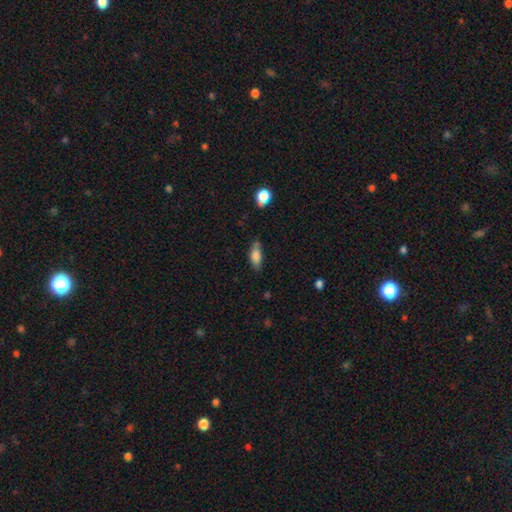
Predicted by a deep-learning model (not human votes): Smooth or featured?
  - smooth: 78% *
  - featured or disk: 14%
  - star or artifact: 8%
How rounded?
  - in between: 76% *
  - cigar-shaped: 20%
  - round: 3%
Merging?
  - none: 67% *
  - minor disturbance: 24%
  - major disturbance: 5%
  - merger: 4%